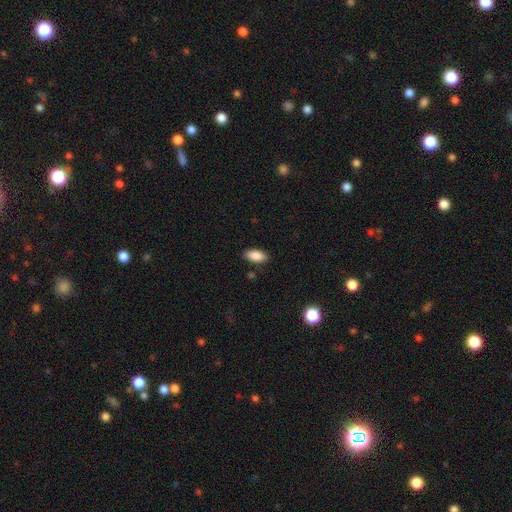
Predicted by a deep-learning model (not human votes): Smooth or featured? smooth (89%)
How rounded? in between (92%)
Merging? none (86%)